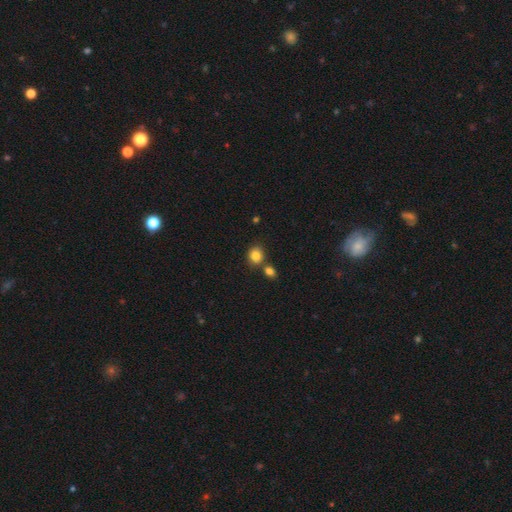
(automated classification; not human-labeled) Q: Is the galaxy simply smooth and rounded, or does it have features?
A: smooth — 83%.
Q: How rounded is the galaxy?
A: round — 69%.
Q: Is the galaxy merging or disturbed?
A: none — 65%.